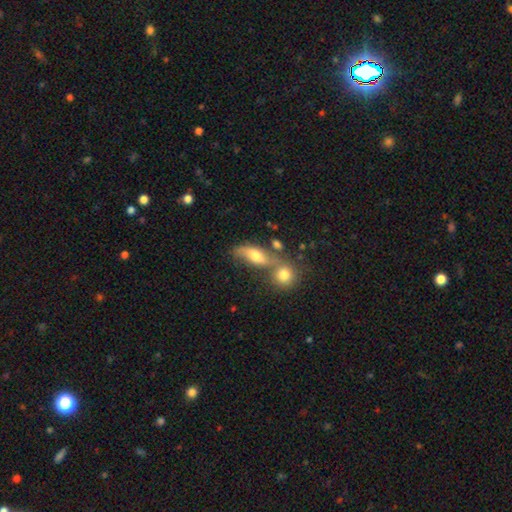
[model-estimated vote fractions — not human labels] Smooth or featured?
  - smooth: 56% *
  - featured or disk: 35%
  - star or artifact: 10%
How rounded?
  - in between: 68% *
  - cigar-shaped: 21%
  - round: 11%
Merging?
  - none: 41% *
  - merger: 35%
  - minor disturbance: 15%
  - major disturbance: 8%